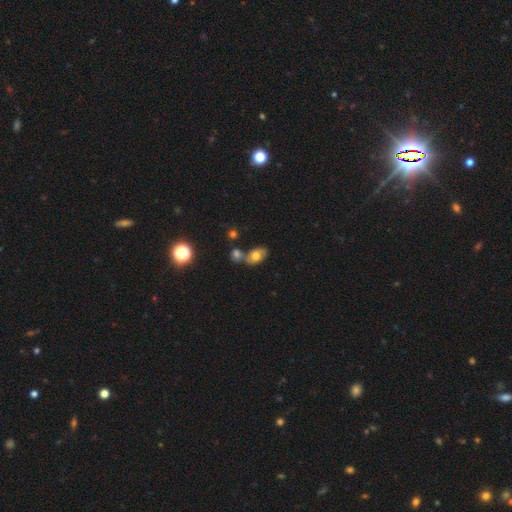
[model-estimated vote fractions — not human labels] smooth 69%, featured or disk 19%, star or artifact 12%. Down the decision tree: how rounded — in between (82%); merging — none (44%).